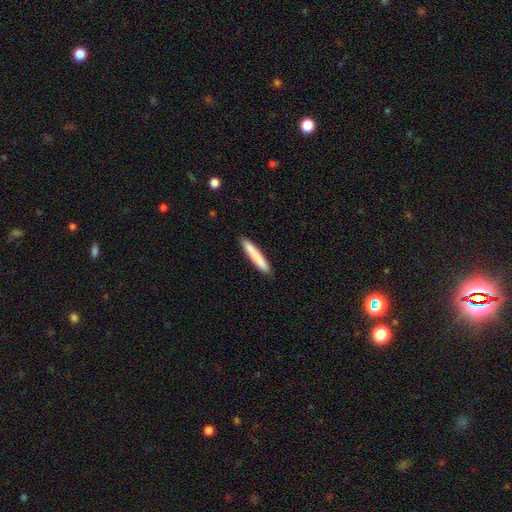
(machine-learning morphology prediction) The model was most divided on "smooth or featured": smooth: 82%, featured or disk: 13%, star or artifact: 6%. More confident: how rounded — cigar-shaped (93%); merging — none (90%).